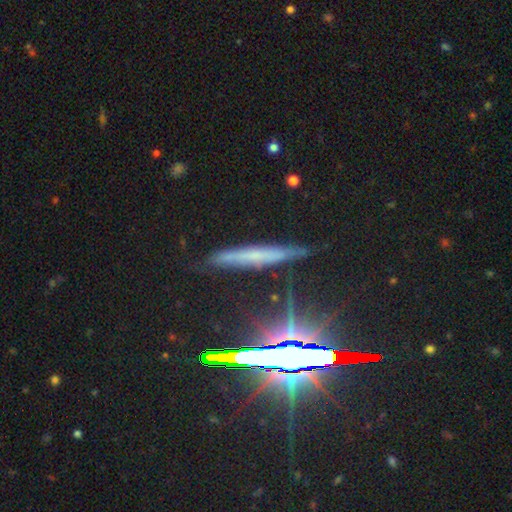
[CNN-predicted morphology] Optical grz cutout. It shows a featured or disk galaxy (43%). Merging: none (80%).